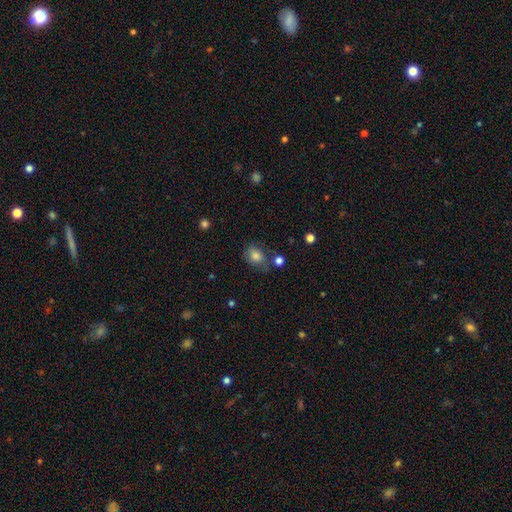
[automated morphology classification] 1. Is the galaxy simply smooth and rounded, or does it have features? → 81% smooth, 10% star or artifact, 9% featured or disk.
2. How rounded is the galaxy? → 61% in between, 38% round, 1% cigar-shaped.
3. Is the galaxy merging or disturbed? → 63% none, 22% minor disturbance, 8% merger, 8% major disturbance.